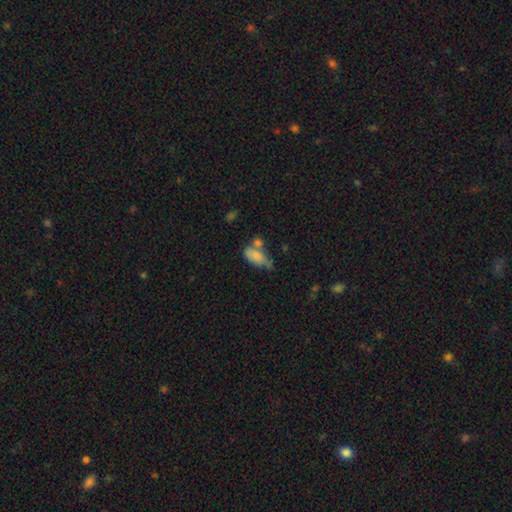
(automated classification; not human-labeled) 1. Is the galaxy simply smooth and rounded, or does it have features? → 73% smooth, 18% featured or disk, 8% star or artifact.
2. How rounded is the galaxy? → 87% in between, 8% cigar-shaped, 5% round.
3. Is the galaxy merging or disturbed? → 29% minor disturbance (tied), 29% none (tied), 28% merger, 15% major disturbance.